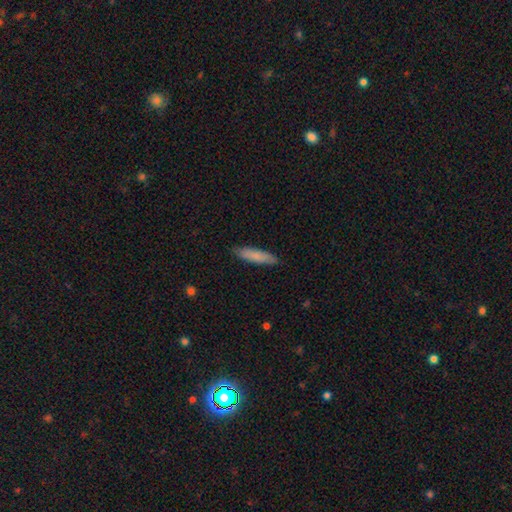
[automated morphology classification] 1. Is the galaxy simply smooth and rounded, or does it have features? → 82% smooth, 13% featured or disk, 6% star or artifact.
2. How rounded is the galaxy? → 80% cigar-shaped, 19% in between, 1% round.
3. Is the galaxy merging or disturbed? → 88% none, 10% minor disturbance, 2% major disturbance, 1% merger.